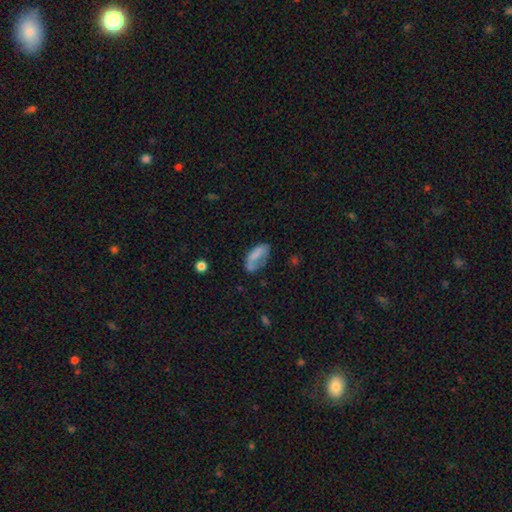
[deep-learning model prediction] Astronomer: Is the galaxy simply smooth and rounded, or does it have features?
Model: smooth — 68%.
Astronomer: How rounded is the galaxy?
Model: in between — 87%.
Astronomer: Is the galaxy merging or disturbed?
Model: none — 42% (runner-up: minor disturbance, 29%).